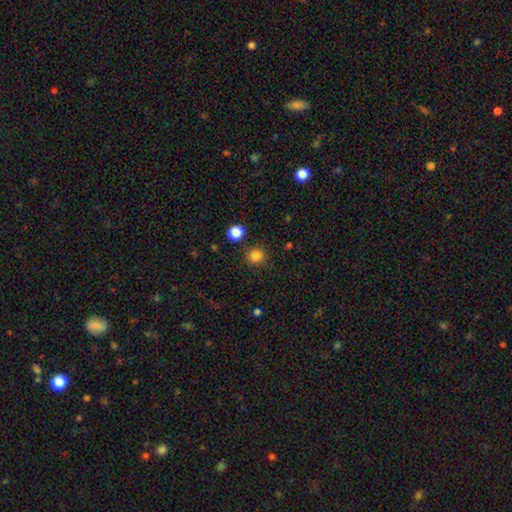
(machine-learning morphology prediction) Smooth or featured? smooth (84%)
How rounded? round (87%)
Merging? none (85%)